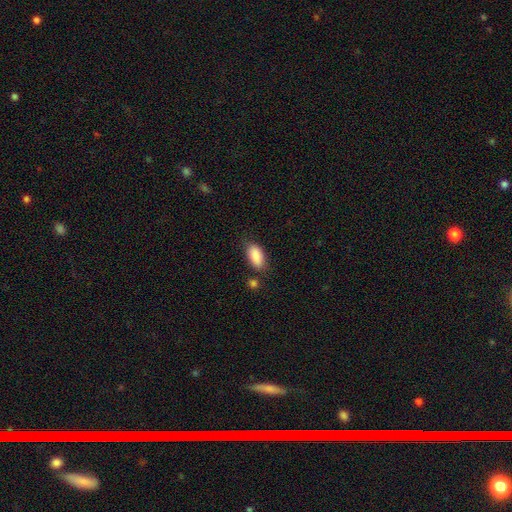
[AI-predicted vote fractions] smooth_or_featured: smooth (p=0.88) [alt: star or artifact p=0.07]
how_rounded: in between (p=0.91) [alt: cigar-shaped p=0.06]
merging: none (p=0.74) [alt: minor disturbance p=0.17]